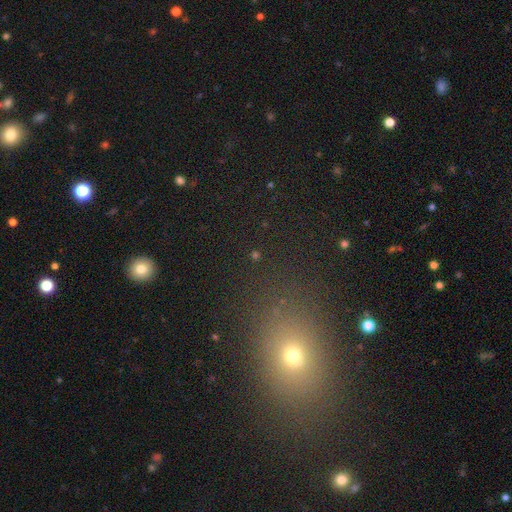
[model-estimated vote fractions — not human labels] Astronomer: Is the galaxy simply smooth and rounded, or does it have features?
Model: star or artifact — 45% (runner-up: smooth, 44%).